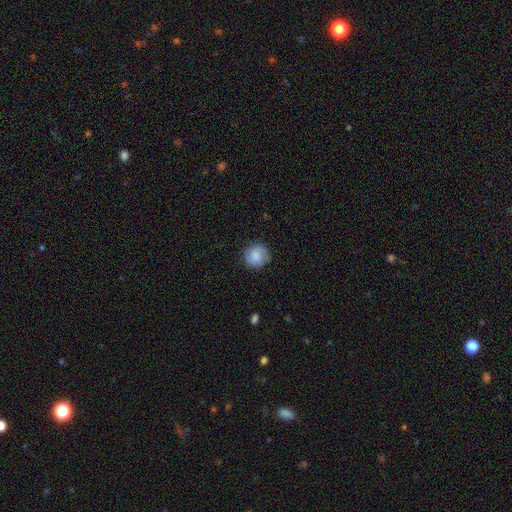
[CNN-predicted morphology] A smooth galaxy with no disk features (75%) that is round (87%). Merging: none (79%).